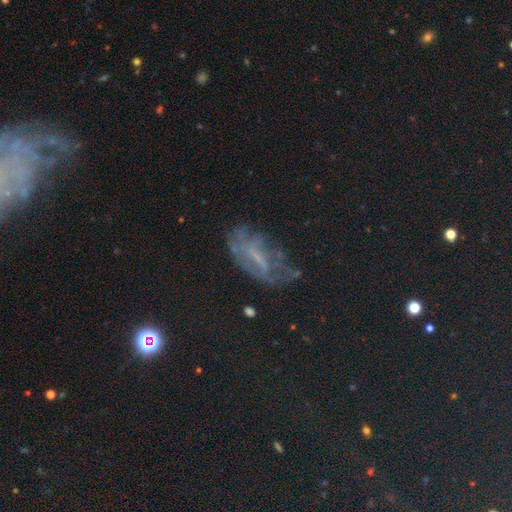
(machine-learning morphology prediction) Q: Smooth or featured?
A: star or artifact (47%); runner-up: featured or disk (30%)